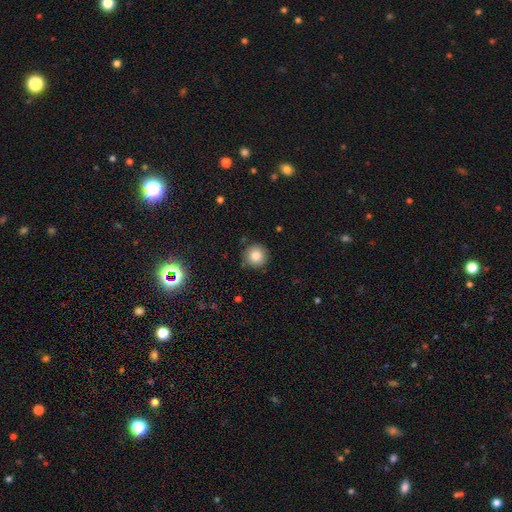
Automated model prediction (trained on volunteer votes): smooth-or-featured: smooth: 80% | star or artifact: 11% | featured or disk: 9%
  how-rounded: round: 95% | in between: 4% | cigar-shaped: 1%
  merging: none: 88% | minor disturbance: 8% | major disturbance: 2% | merger: 2%